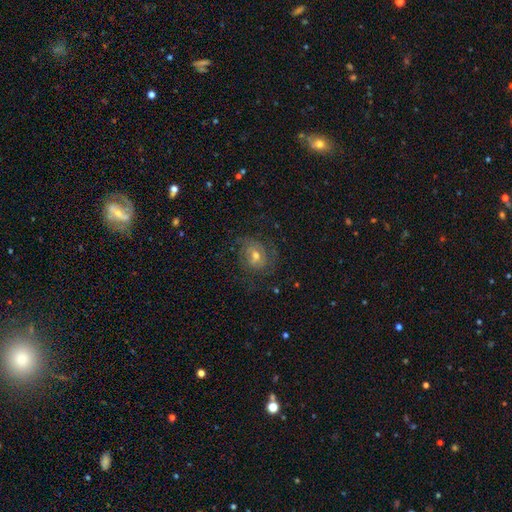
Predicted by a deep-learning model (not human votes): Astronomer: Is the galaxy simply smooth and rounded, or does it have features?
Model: featured or disk — 67%.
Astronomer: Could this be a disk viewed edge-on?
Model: no — 97%.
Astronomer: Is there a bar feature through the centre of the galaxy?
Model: no — 52% (runner-up: weak, 39%).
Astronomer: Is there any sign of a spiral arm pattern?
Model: yes — 81%.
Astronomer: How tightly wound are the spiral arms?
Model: tight — 50% (runner-up: medium, 35%).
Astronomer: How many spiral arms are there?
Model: can't tell — 41% (runner-up: 2, 33%).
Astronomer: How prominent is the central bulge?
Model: moderate — 64%.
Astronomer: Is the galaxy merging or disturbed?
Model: none — 66%.